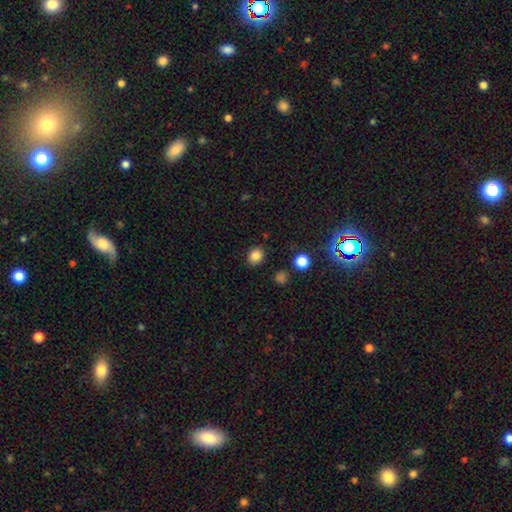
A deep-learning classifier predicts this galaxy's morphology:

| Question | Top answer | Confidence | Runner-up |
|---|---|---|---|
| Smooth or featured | smooth | 83% | star or artifact (11%) |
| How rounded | round | 61% | in between (38%) |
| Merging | none | 87% | minor disturbance (8%) |